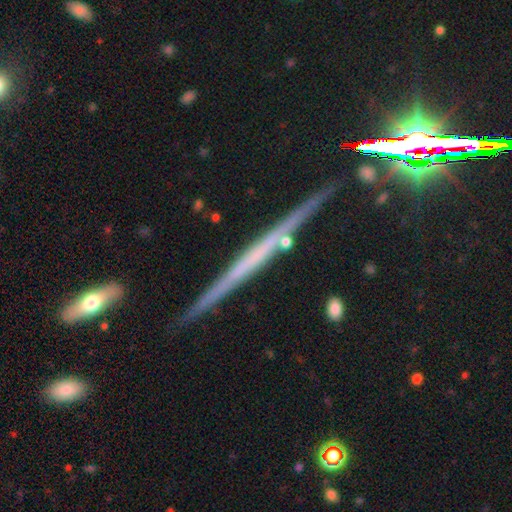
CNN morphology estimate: Smooth or featured?
  - featured or disk: 65% *
  - smooth: 21%
  - star or artifact: 14%
Edge-on disk?
  - yes: 97% *
  - no: 3%
Edge-on bulge?
  - none: 71% *
  - rounded: 17%
  - boxy: 12%
Merging?
  - none: 84% *
  - minor disturbance: 12%
  - merger: 3%
  - major disturbance: 2%